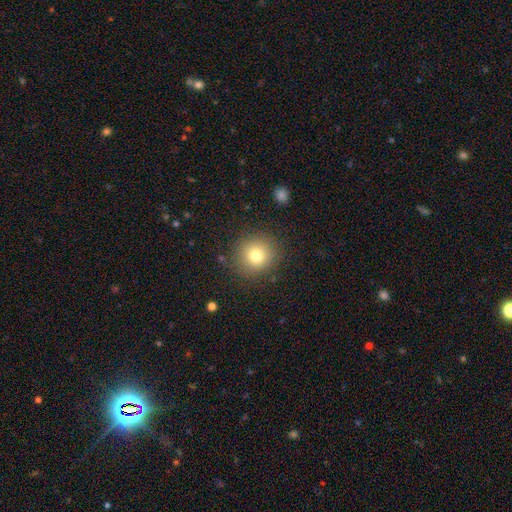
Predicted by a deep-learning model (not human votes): This is likely a smooth galaxy (76%). How rounded: clearly round (92%). Merging: clearly none (87%).